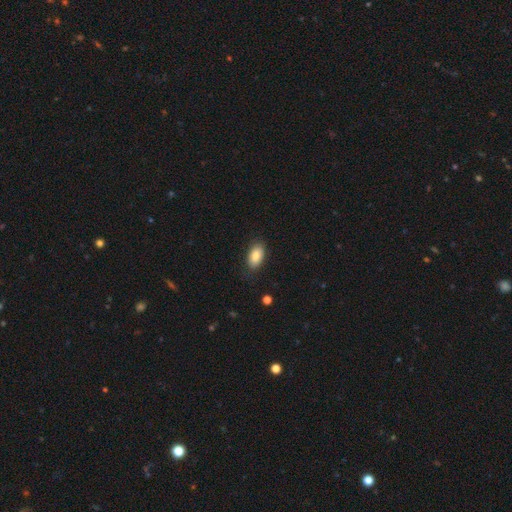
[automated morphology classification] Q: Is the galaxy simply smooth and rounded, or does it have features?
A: smooth — 83%.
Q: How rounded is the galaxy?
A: in between — 93%.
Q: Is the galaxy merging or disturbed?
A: none — 81%.